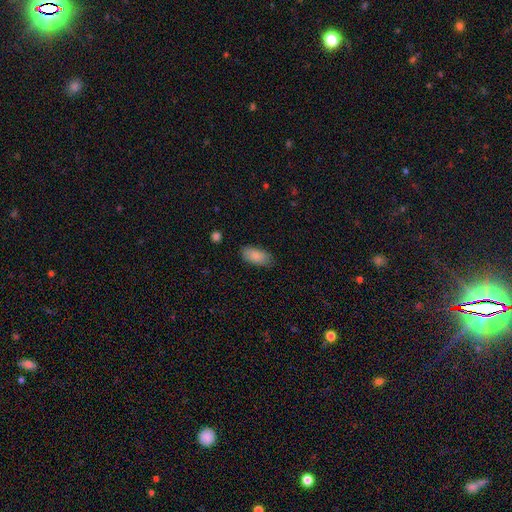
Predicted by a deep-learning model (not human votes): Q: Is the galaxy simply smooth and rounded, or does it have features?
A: smooth — 86%.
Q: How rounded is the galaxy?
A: in between — 91%.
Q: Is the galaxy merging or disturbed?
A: none — 83%.